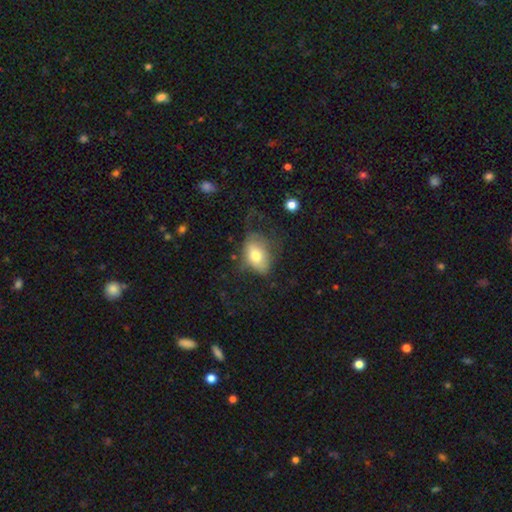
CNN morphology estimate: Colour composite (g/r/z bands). It shows a smooth galaxy with no disk features (66%) that is in between round and cigar-shaped (84%). Merging: none (41%).